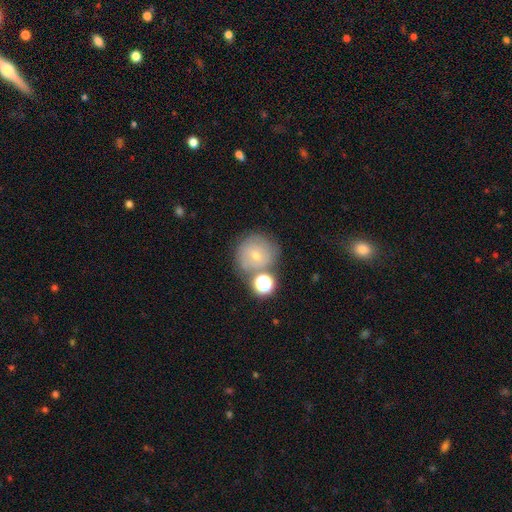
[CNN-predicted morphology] smooth_or_featured: smooth (p=0.49) [alt: featured or disk p=0.38]
merging: none (p=0.57) [alt: merger p=0.21]